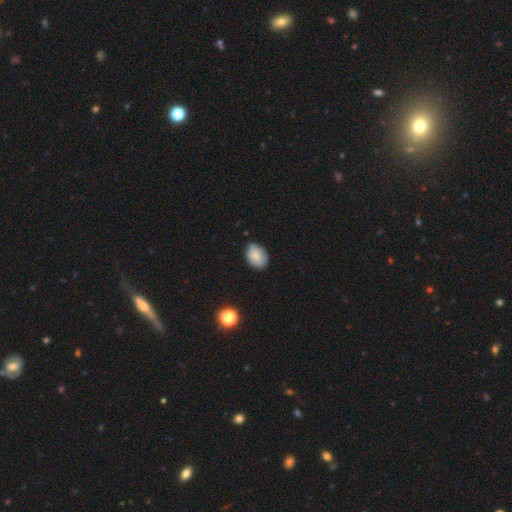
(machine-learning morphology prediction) Smooth or featured? Predicted: smooth (p=0.83). How rounded? Predicted: in between (p=0.80). Merging? Predicted: none (p=0.76).